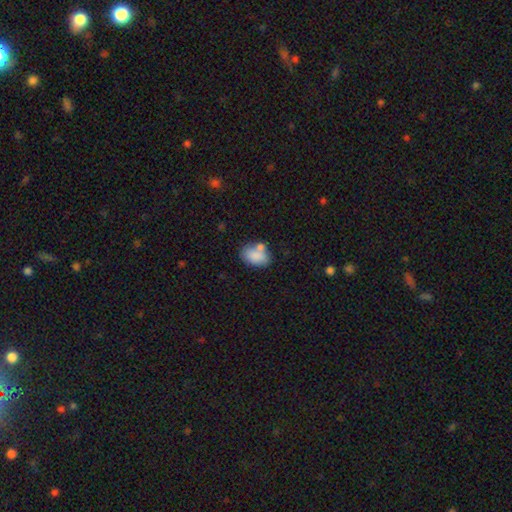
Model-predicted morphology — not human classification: Q: Smooth or featured?
A: smooth (82%); runner-up: featured or disk (10%)
Q: How rounded?
A: in between (83%); runner-up: round (16%)
Q: Merging?
A: none (54%); runner-up: merger (23%)